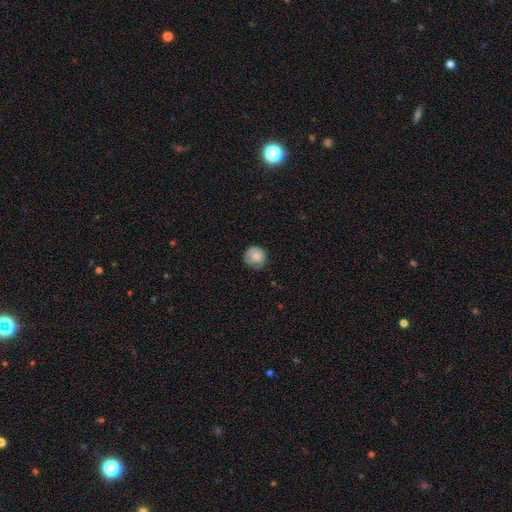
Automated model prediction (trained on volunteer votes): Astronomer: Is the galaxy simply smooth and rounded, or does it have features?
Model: smooth — 76%.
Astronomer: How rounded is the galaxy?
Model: round — 90%.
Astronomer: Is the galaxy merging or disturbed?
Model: none — 68%.